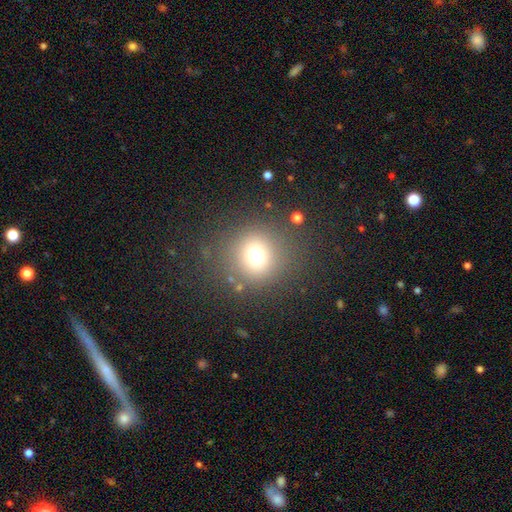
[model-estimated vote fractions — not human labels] A smooth galaxy with no disk features (71%) that is round (91%).

Vote fractions:
- Smooth or featured? smooth: 71% / star or artifact: 19% / featured or disk: 10%
- How rounded? round: 91% / in between: 8% / cigar-shaped: 1%
- Merging? none: 82% / minor disturbance: 9% / major disturbance: 6% / merger: 3%